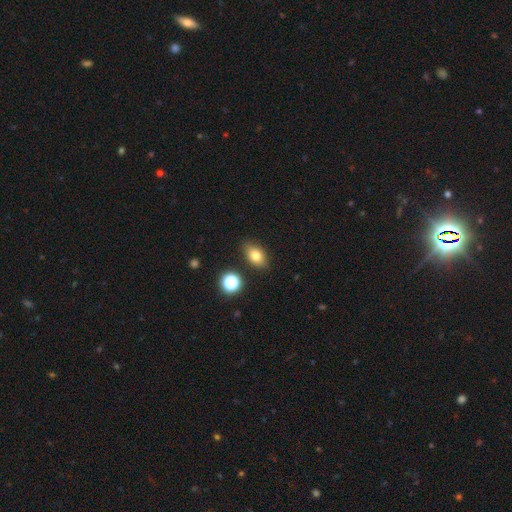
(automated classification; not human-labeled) Overall: smooth (78%). How rounded: in between (81%). Merging: none (84%).